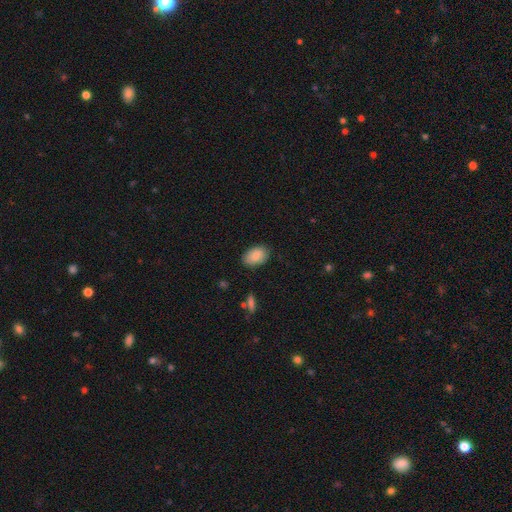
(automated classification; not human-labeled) Smooth or featured?
  - smooth: 85% *
  - featured or disk: 8%
  - star or artifact: 7%
How rounded?
  - in between: 87% *
  - round: 12%
  - cigar-shaped: 1%
Merging?
  - none: 82% *
  - minor disturbance: 14%
  - major disturbance: 3%
  - merger: 1%